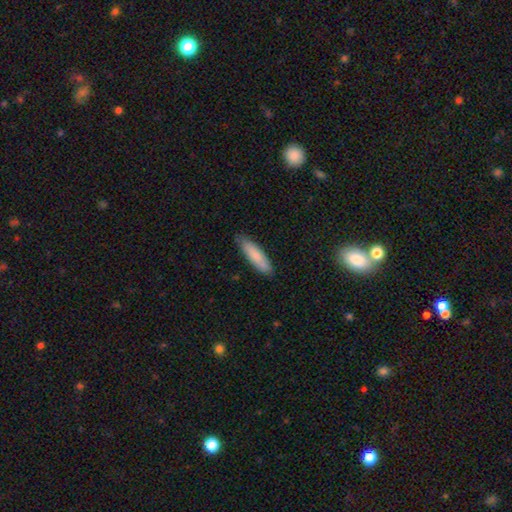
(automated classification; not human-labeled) smooth_or_featured: smooth (p=0.82) [alt: featured or disk p=0.12]
how_rounded: cigar-shaped (p=0.72) [alt: in between p=0.27]
merging: none (p=0.84) [alt: minor disturbance p=0.13]